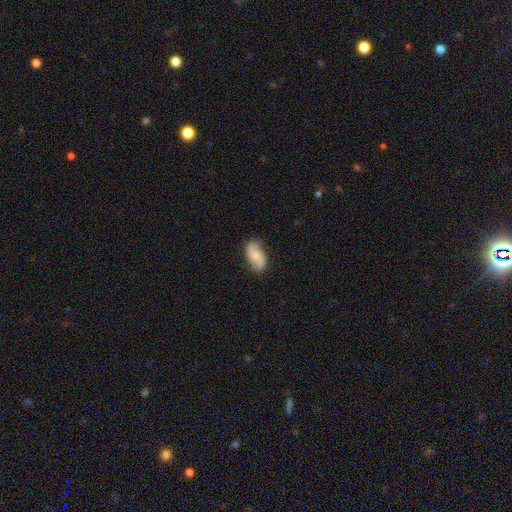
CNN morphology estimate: Smooth or featured? Predicted: smooth (p=0.48). Merging? Predicted: none (p=0.77).